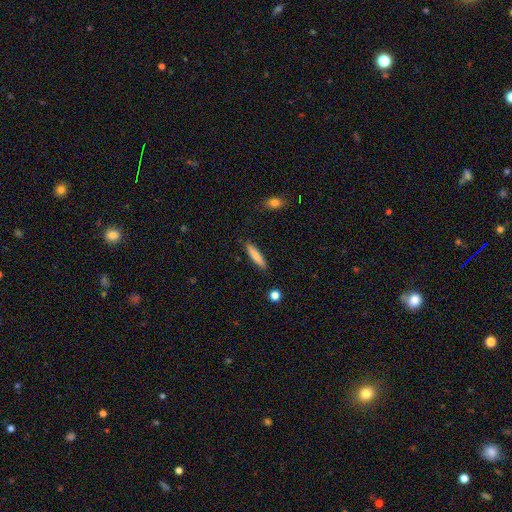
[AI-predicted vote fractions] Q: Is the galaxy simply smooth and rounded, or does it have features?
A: smooth — 81%.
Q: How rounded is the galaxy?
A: cigar-shaped — 85%.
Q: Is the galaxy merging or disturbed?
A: none — 89%.